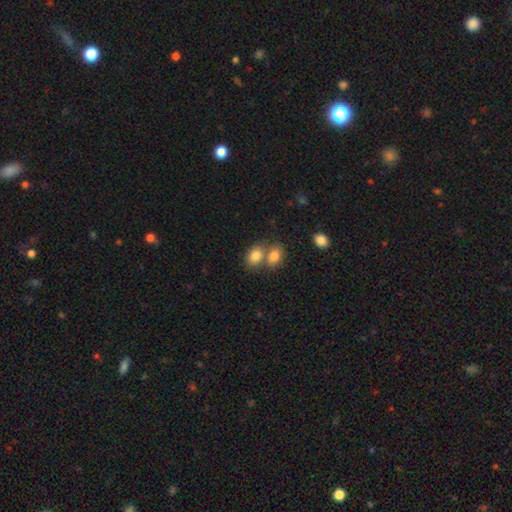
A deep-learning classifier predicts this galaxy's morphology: Smooth or featured? smooth (82%)
How rounded? in between (67%)
Merging? merger (53%)